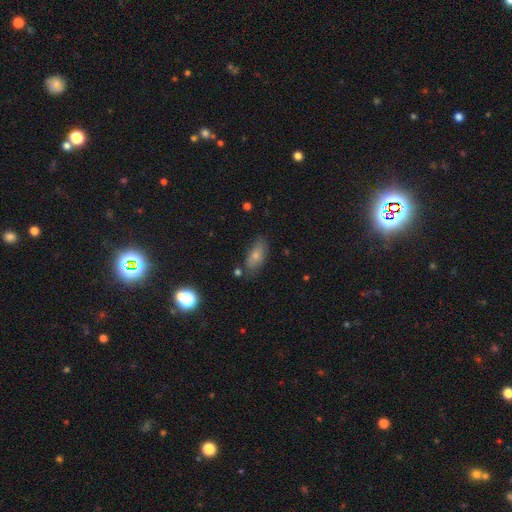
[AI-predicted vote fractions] This is likely a smooth galaxy (73%). How rounded: clearly in between (84%). Merging: likely none (69%).